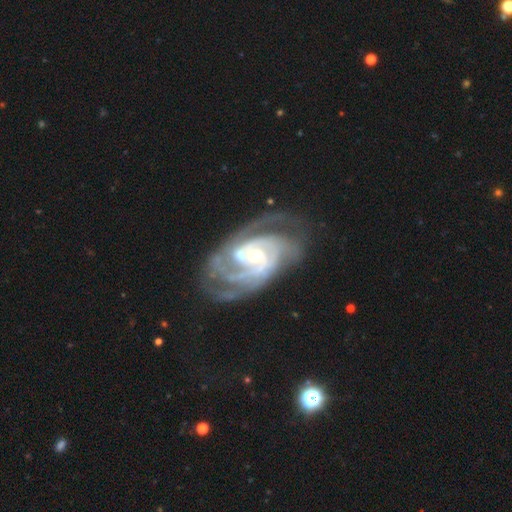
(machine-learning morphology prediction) Smooth or featured: featured or disk — 91% (star or artifact — 5%)
Edge-on disk: no — 97% (yes — 3%)
Bar: no — 61% (weak — 28%)
Spiral arms: yes — 97% (no — 3%)
Spiral winding: tight — 55% (medium — 37%)
Spiral arm count: 3 — 33% (tied with 2 — 33%)
Bulge size: small — 48% (moderate — 47%)
Merging: none — 54% (minor disturbance — 20%)